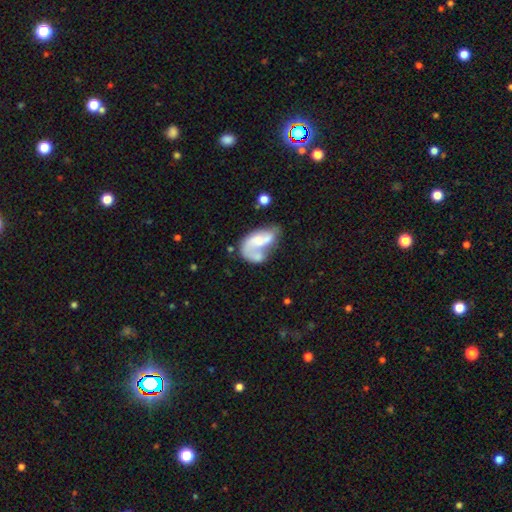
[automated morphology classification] Smooth or featured: featured or disk — 57% (smooth — 36%)
Edge-on disk: no — 97% (yes — 3%)
Bar: no — 69% (weak — 24%)
Spiral arms: yes — 59% (no — 41%)
Bulge size: moderate — 35% (small — 30%)
Merging: merger — 33% (major disturbance — 28%)